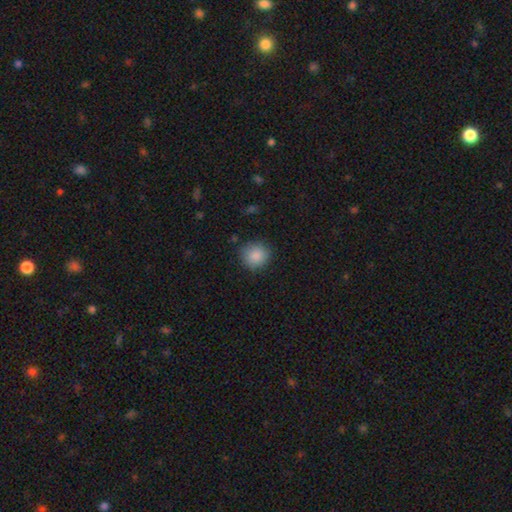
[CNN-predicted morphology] This appears to be a smooth galaxy with no disk features (88%) that is round (89%). Merging: none (85%).